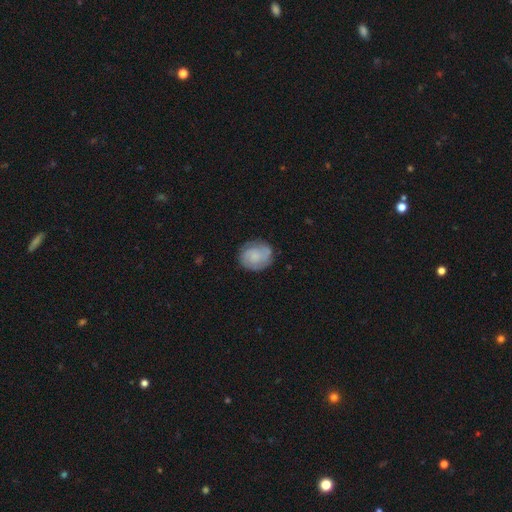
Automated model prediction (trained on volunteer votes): This is possibly a smooth galaxy (48%). Merging: likely none (77%).